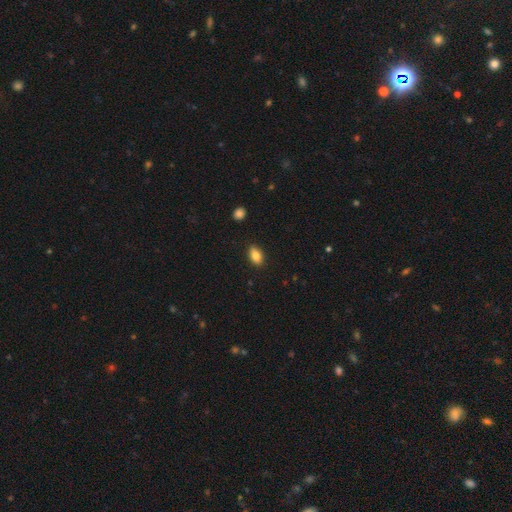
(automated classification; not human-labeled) Overall: smooth (84%). How rounded: in between (89%). Merging: none (87%).